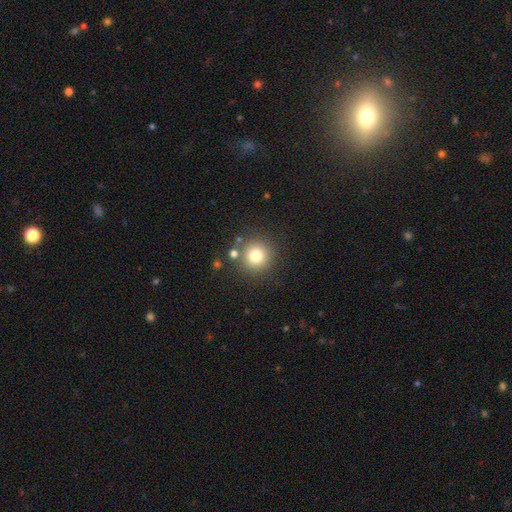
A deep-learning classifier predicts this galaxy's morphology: smooth 77%, star or artifact 14%, featured or disk 9%. Down the decision tree: how rounded — round (94%); merging — none (83%).